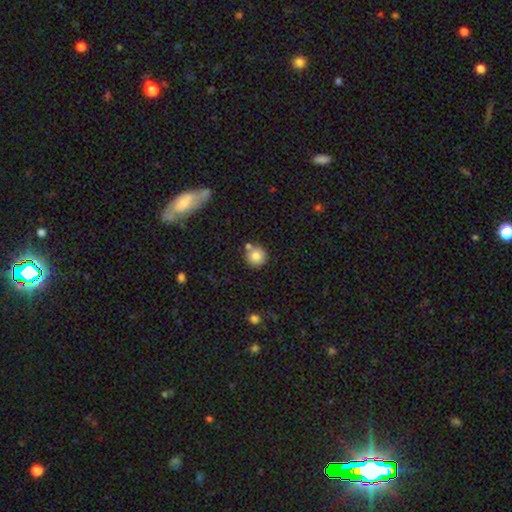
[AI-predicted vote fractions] Morphology: type=smooth (81%); roundness=round (93%); merging=none (73%).